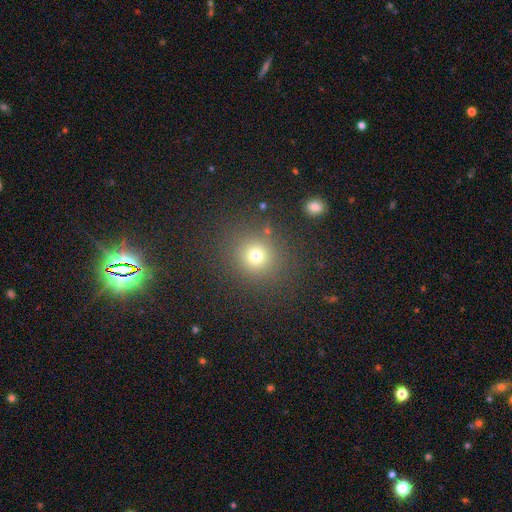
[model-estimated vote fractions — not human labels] Morphology: type=smooth (72%); roundness=round (87%); merging=none (85%).